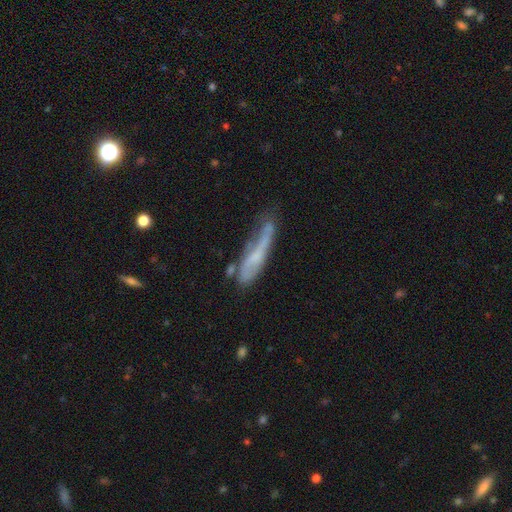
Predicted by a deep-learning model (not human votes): Overall: featured or disk (52%; smooth 39%). Edge-on disk: yes (53%; no 47%). Merging: none (41%; minor disturbance 30%).